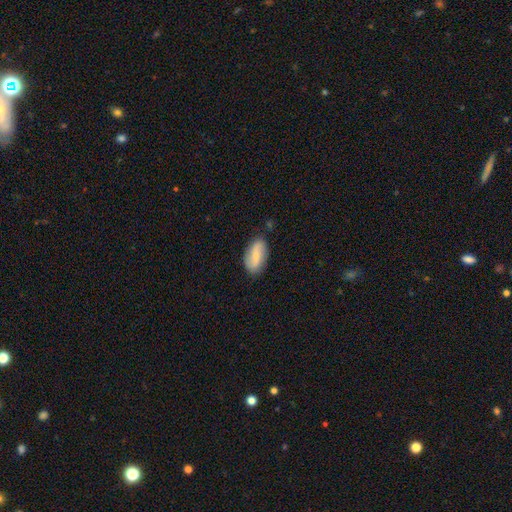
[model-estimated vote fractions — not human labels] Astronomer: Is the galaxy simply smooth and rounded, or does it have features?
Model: smooth — 59% (runner-up: featured or disk, 34%).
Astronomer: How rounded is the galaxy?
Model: in between — 90%.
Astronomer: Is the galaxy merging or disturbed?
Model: none — 78%.